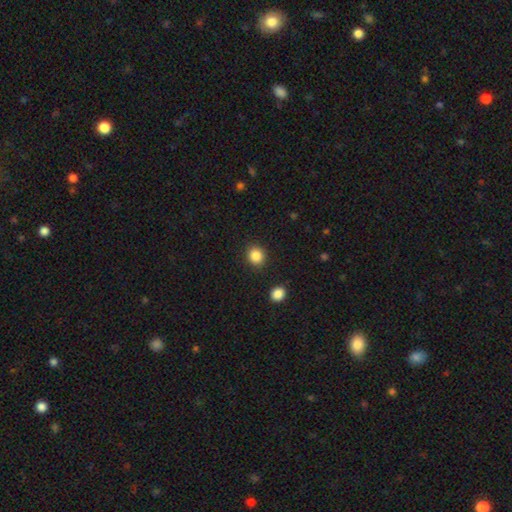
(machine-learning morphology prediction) Smooth or featured? smooth (86%)
How rounded? round (79%)
Merging? none (89%)